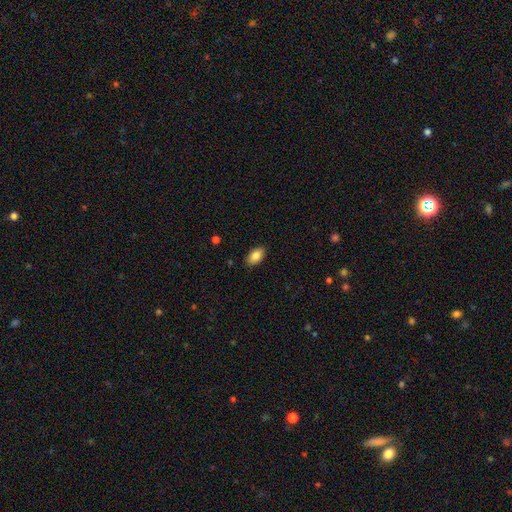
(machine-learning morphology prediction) type=smooth (85%); roundness=in between (92%); merging=none (88%).